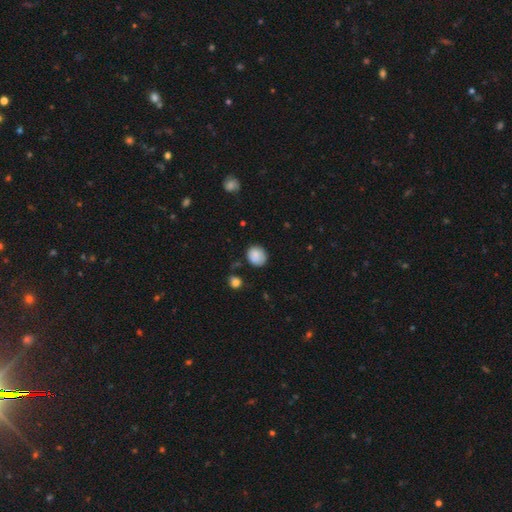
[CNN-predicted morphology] smooth 85%, star or artifact 8%, featured or disk 7%. Down the decision tree: how rounded — round (66%); merging — none (72%).